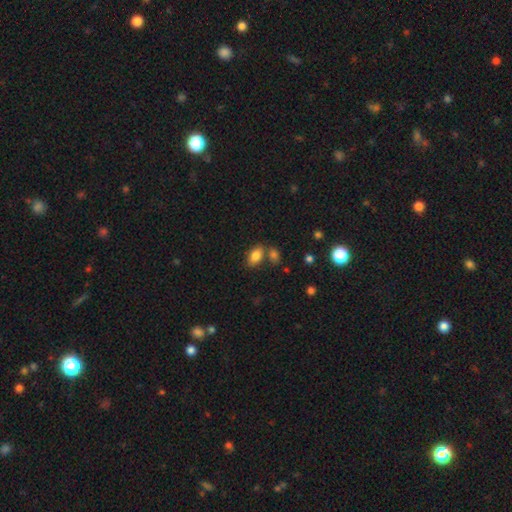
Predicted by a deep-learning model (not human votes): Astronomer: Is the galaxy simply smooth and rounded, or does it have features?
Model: smooth — 83%.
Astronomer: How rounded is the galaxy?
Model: in between — 89%.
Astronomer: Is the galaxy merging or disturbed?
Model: none — 66%.